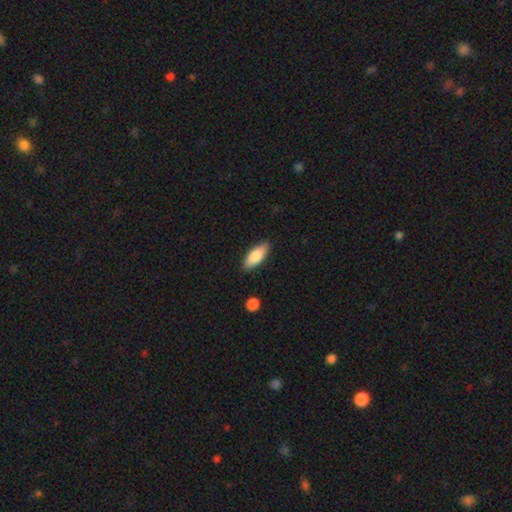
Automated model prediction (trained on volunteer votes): Morphology: type=smooth (81%); roundness=in between (73%); merging=none (87%).